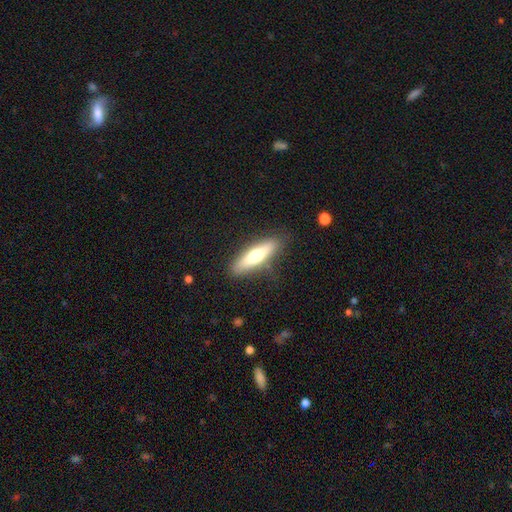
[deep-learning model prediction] The model was most divided on "smooth or featured": smooth: 61%, featured or disk: 33%, star or artifact: 6%. More confident: merging — none (84%); how rounded — cigar-shaped (67%).